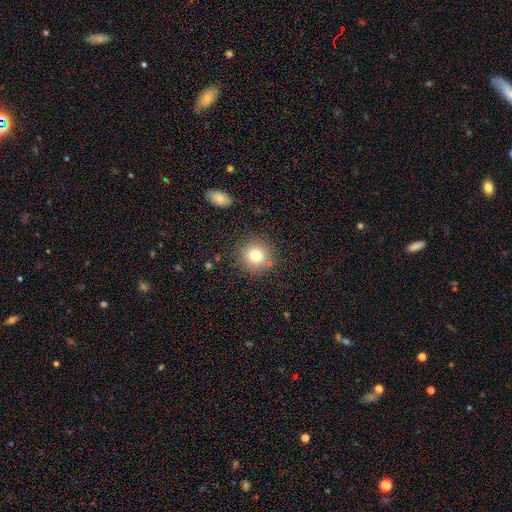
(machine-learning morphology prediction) This is likely a smooth galaxy (77%). How rounded: clearly round (92%). Merging: clearly none (85%).